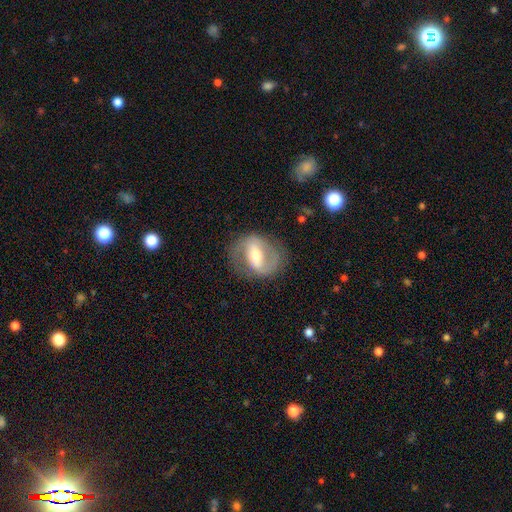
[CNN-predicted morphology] Smooth or featured?
  - featured or disk: 76% *
  - smooth: 18%
  - star or artifact: 6%
Edge-on disk?
  - no: 95% *
  - yes: 5%
Bar?
  - strong: 51% *
  - weak: 34%
  - no: 15%
Spiral arms?
  - yes: 81% *
  - no: 19%
Spiral winding?
  - medium: 49% *
  - tight: 25%
  - loose: 25%
Spiral arm count?
  - 2: 85% *
  - can't tell: 7%
  - 1: 5%
  - 3: 1%
  - 4: 1%
  - more than 4: 1%
Bulge size?
  - moderate: 62% *
  - small: 28%
  - large: 7%
  - none: 1%
  - dominant: 1%
Merging?
  - none: 77% *
  - minor disturbance: 14%
  - major disturbance: 8%
  - merger: 1%